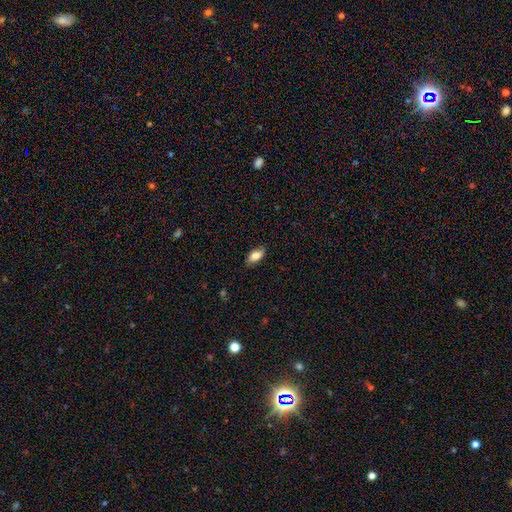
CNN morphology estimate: smooth 79%, featured or disk 14%, star or artifact 7%. Down the decision tree: how rounded — in between (88%); merging — none (84%).